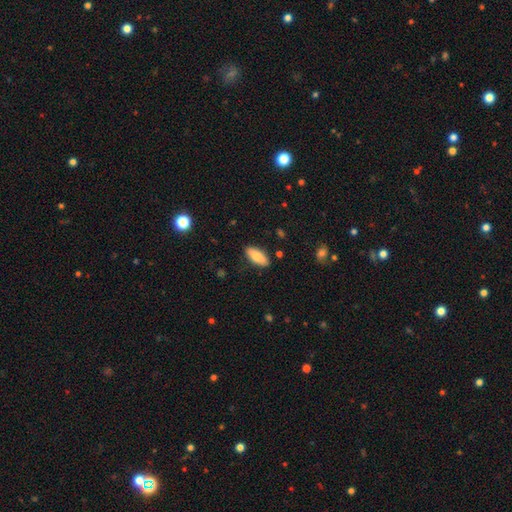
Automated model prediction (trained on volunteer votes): Smooth or featured? smooth (81%)
How rounded? in between (79%)
Merging? none (86%)